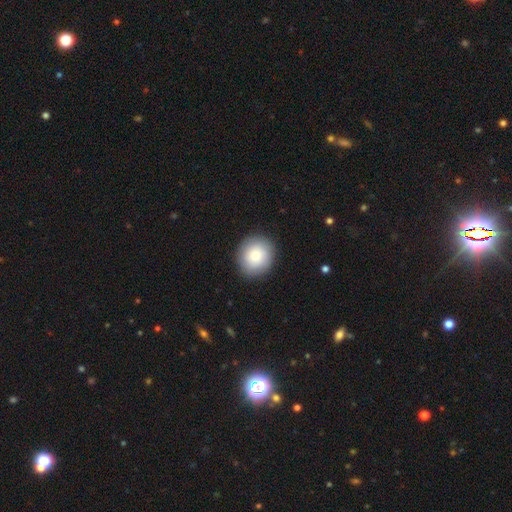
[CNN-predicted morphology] Q: Smooth or featured?
A: smooth (83%); runner-up: featured or disk (10%)
Q: How rounded?
A: round (87%); runner-up: in between (12%)
Q: Merging?
A: none (90%); runner-up: minor disturbance (7%)